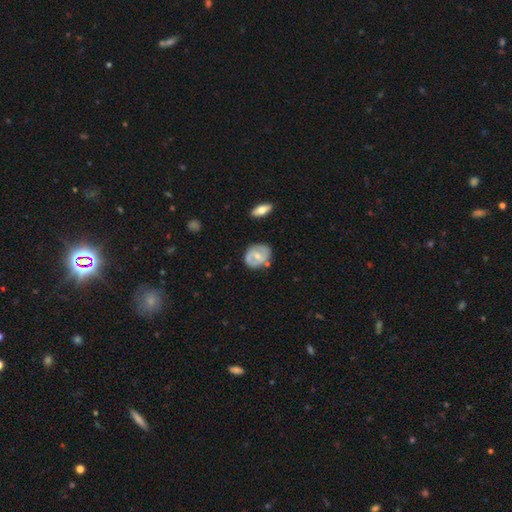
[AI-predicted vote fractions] featured or disk 59%, smooth 36%, star or artifact 6%. Down the decision tree: edge-on disk — no (95%); bar — weak (42%, tied with no); spiral arms — yes (67%); bulge size — moderate (51%); merging — none (71%).